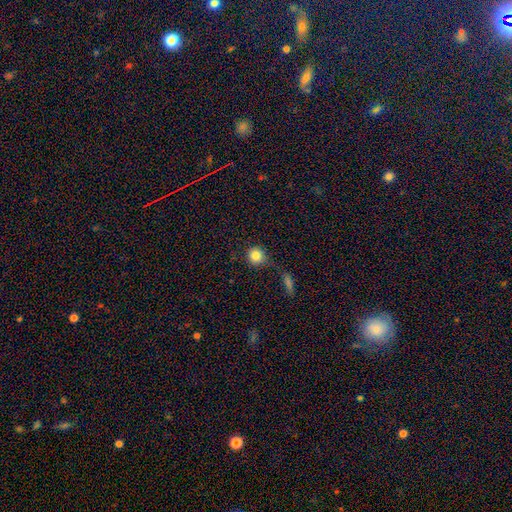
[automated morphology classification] Overall: smooth (83%). How rounded: round (93%). Merging: none (70%).